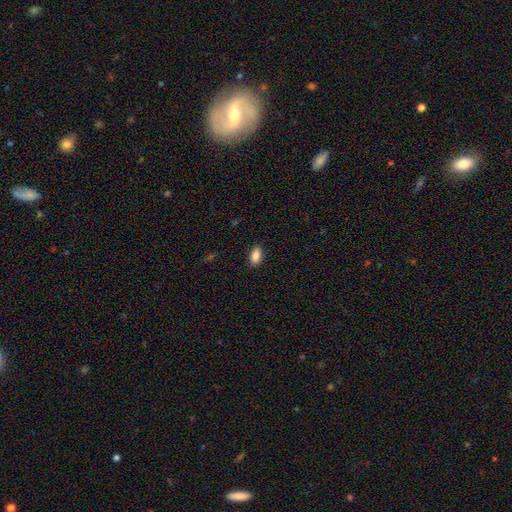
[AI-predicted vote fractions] smooth-or-featured: smooth: 87% | star or artifact: 8% | featured or disk: 6%
  how-rounded: in between: 90% | cigar-shaped: 6% | round: 4%
  merging: none: 88% | minor disturbance: 9% | major disturbance: 2% | merger: 1%